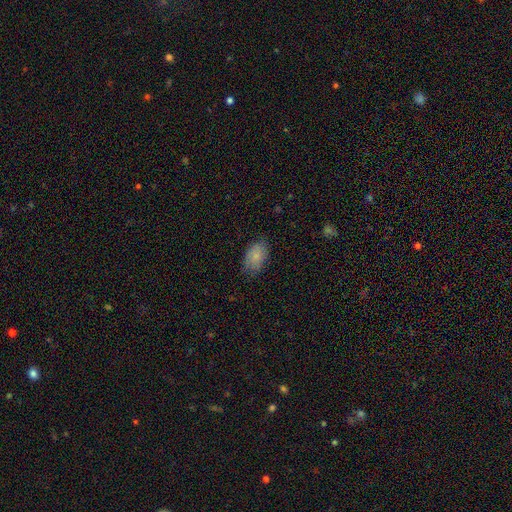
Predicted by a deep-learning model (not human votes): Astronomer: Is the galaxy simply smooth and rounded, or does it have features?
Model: smooth — 81%.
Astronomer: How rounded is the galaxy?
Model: in between — 90%.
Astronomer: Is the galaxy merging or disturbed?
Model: none — 74%.